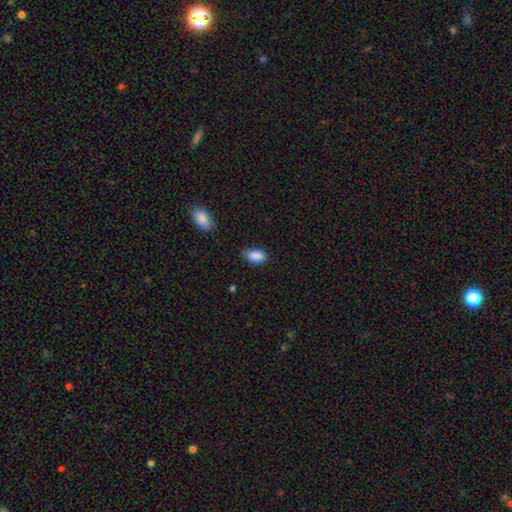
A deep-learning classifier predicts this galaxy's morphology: This appears to be a smooth galaxy with no disk features (88%) that is in between round and cigar-shaped (90%). Merging: none (61%).